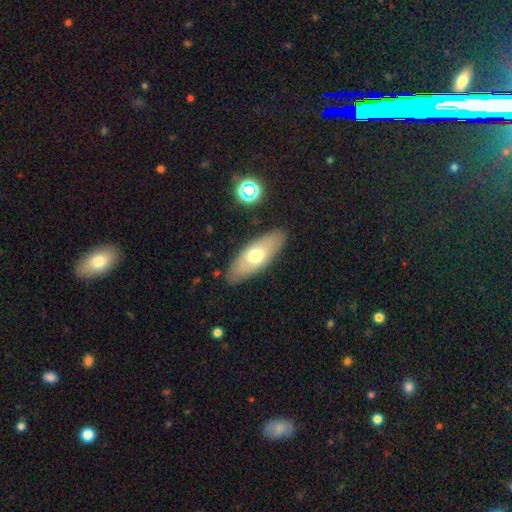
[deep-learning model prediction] Q: Smooth or featured?
A: smooth (61%); runner-up: featured or disk (32%)
Q: How rounded?
A: in between (74%); runner-up: cigar-shaped (23%)
Q: Merging?
A: none (85%); runner-up: minor disturbance (11%)